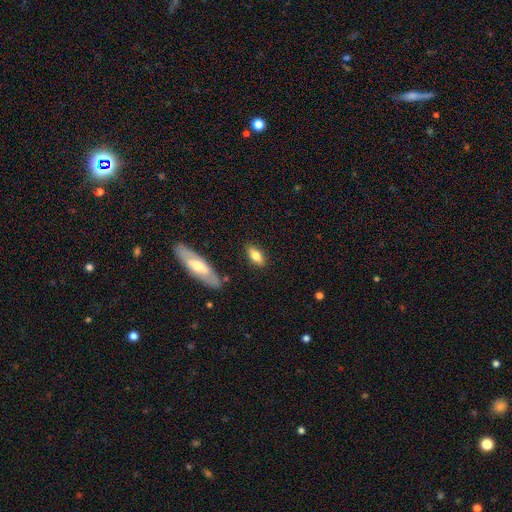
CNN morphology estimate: Smooth or featured? Predicted: smooth (p=0.75). How rounded? Predicted: in between (p=0.78). Merging? Predicted: none (p=0.83).